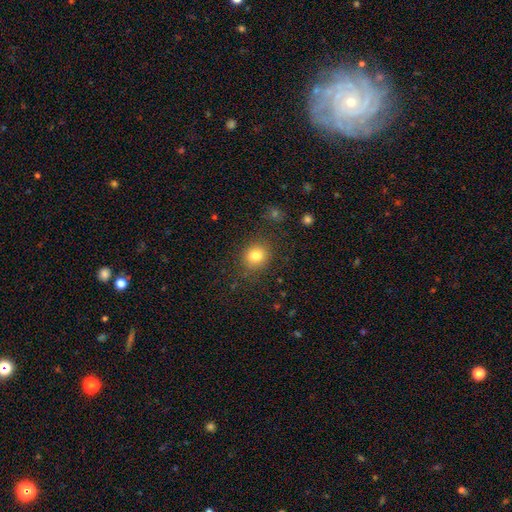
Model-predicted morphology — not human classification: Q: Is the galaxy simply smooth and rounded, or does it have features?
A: smooth — 80%.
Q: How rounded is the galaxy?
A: round — 79%.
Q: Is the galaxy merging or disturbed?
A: none — 84%.